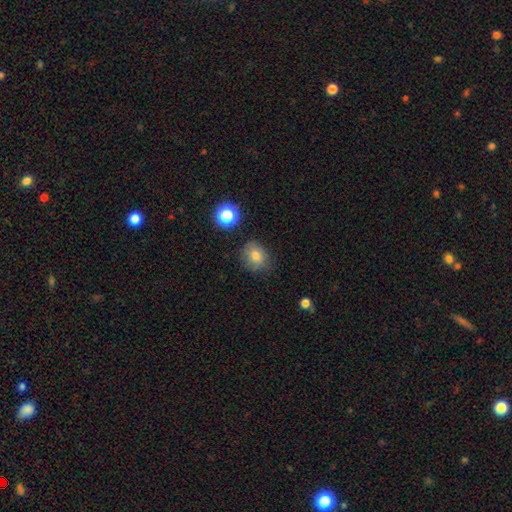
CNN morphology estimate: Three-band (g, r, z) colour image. It shows a smooth galaxy with no disk features (77%) that is round (68%). Merging: none (78%).